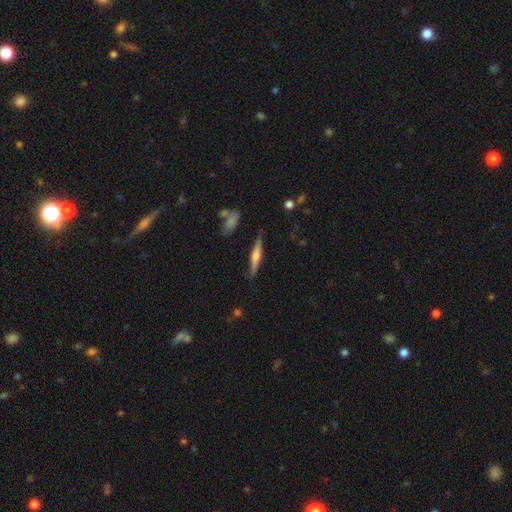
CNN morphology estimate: type=featured or disk (50%); merging=none (84%).